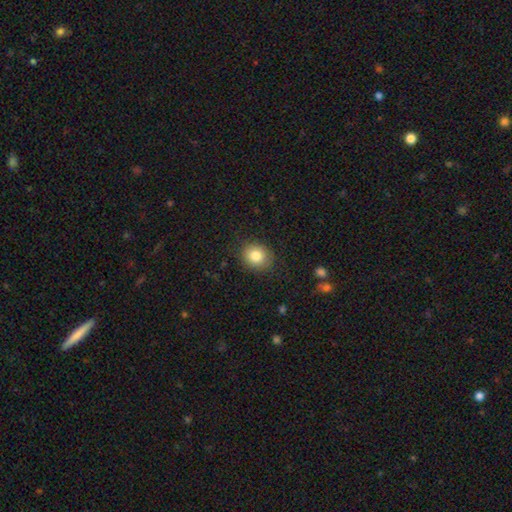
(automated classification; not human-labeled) A smooth galaxy with no disk features (82%) that is round (74%).

Vote fractions:
- Smooth or featured? smooth: 82% / star or artifact: 10% / featured or disk: 8%
- How rounded? round: 74% / in between: 25% / cigar-shaped: 1%
- Merging? none: 86% / minor disturbance: 11% / major disturbance: 3% / merger: 1%